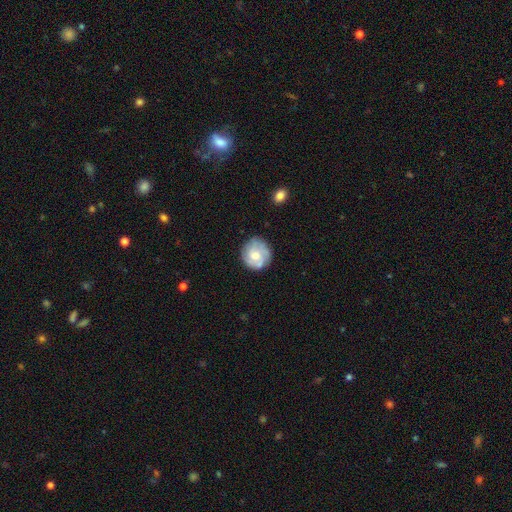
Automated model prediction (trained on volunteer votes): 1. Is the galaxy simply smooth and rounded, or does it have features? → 48% smooth, 46% featured or disk, 7% star or artifact.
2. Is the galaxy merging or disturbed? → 75% none, 18% minor disturbance, 5% major disturbance, 2% merger.